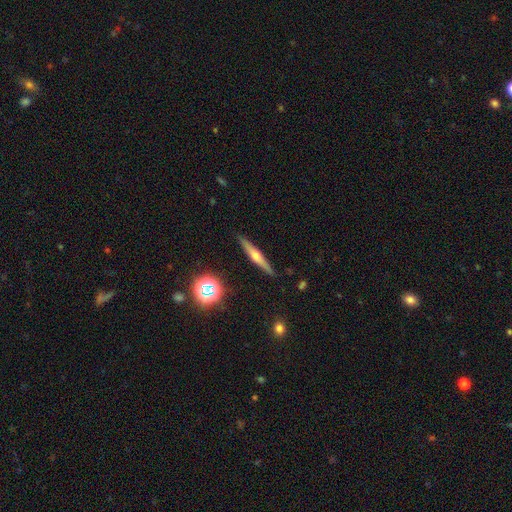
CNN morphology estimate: This is likely a featured or disk galaxy (61%). It is clearly viewed edge-on (97%). Edge-on bulge: clearly rounded (84%). Merging: clearly none (90%).